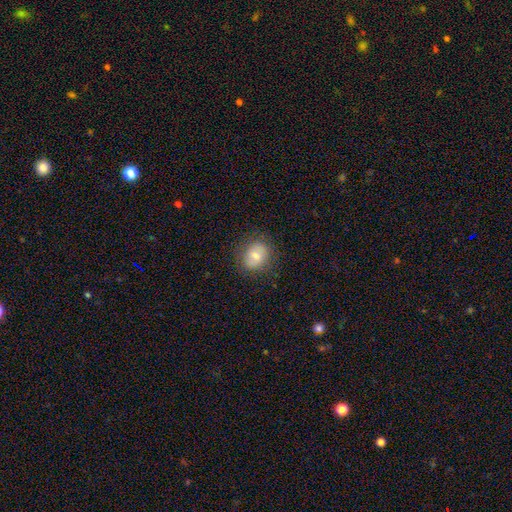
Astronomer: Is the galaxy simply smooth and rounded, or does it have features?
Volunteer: smooth — 71%.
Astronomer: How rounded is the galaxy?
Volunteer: in between — 67%.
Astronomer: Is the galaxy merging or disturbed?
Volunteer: none — 74%.